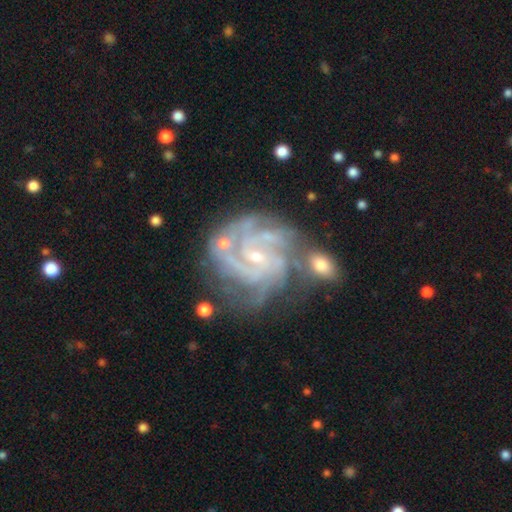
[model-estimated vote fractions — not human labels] smooth_or_featured: featured or disk (p=0.90) [alt: star or artifact p=0.06]
disk_edge_on: no (p=0.98) [alt: yes p=0.02]
bar: no (p=0.52) [alt: weak p=0.37]
has_spiral_arms: yes (p=0.98) [alt: no p=0.02]
spiral_winding: tight (p=0.64) [alt: medium p=0.31]
spiral_arm_count: 4 (p=0.29) [alt: 3 p=0.27]
bulge_size: small (p=0.77) [alt: moderate p=0.18]
merging: none (p=0.59) [alt: minor disturbance p=0.19]